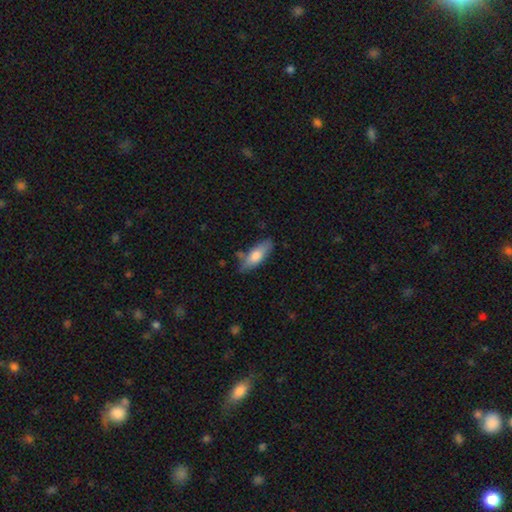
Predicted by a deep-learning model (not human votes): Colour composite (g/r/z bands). It shows a smooth galaxy with no disk features (74%) that is in between round and cigar-shaped (65%). Merging: none (71%).